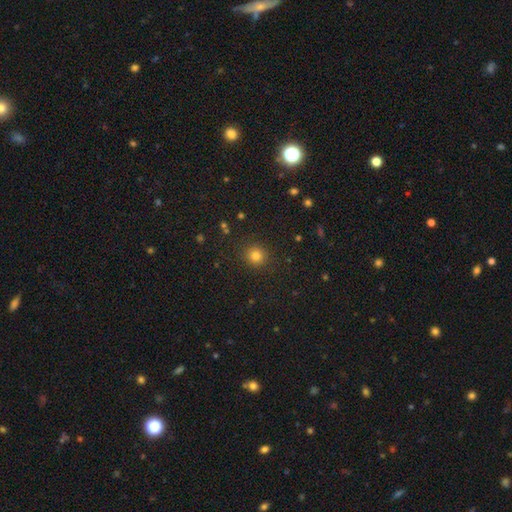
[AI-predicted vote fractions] This is clearly a smooth galaxy (80%). How rounded: clearly round (90%). Merging: clearly none (90%).